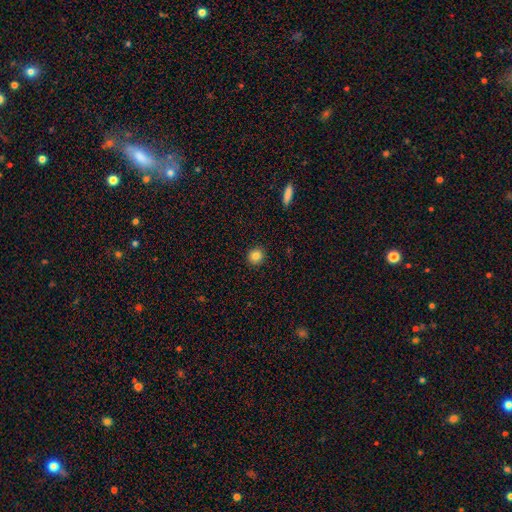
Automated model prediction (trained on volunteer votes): The model was most divided on "smooth or featured": smooth: 83%, star or artifact: 11%, featured or disk: 6%. More confident: merging — none (92%); how rounded — round (90%).